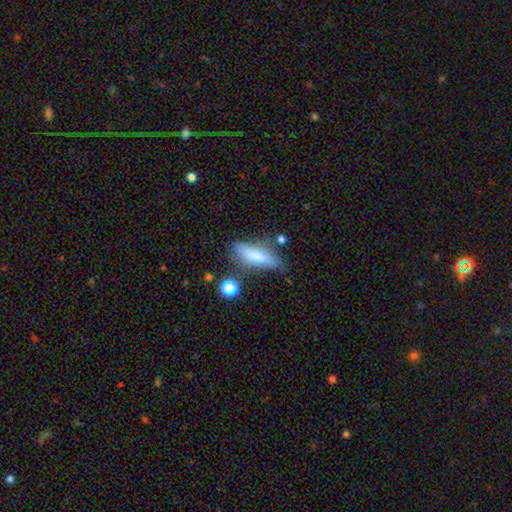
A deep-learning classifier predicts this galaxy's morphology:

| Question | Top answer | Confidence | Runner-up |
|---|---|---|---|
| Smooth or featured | smooth | 72% | featured or disk (20%) |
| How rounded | cigar-shaped | 54% | in between (43%) |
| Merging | none | 63% | minor disturbance (22%) |